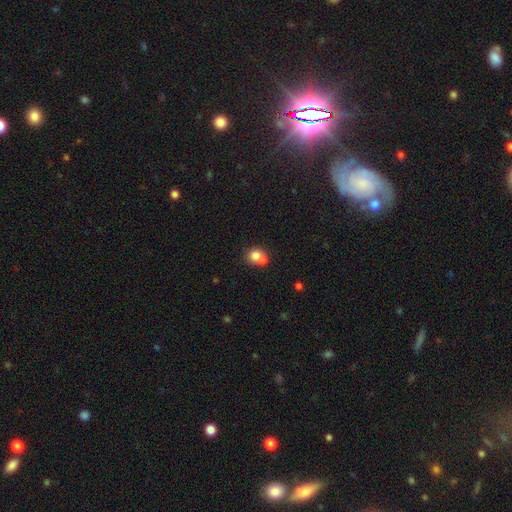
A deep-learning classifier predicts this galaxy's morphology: Overall: smooth (76%). How rounded: round (75%). Merging: merger (55%; none 35%).